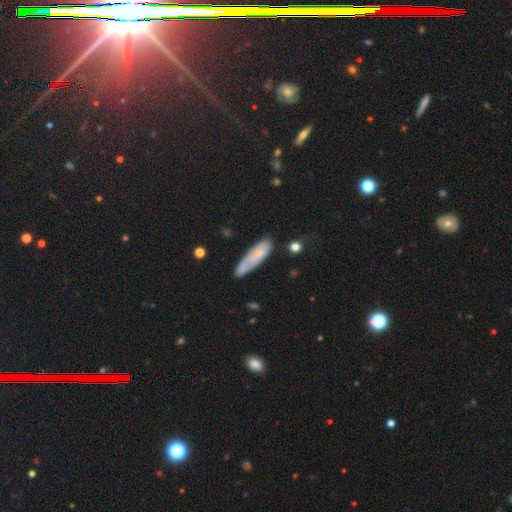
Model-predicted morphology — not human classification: Smooth or featured? Predicted: smooth (p=0.54). How rounded? Predicted: cigar-shaped (p=0.61). Merging? Predicted: none (p=0.61).